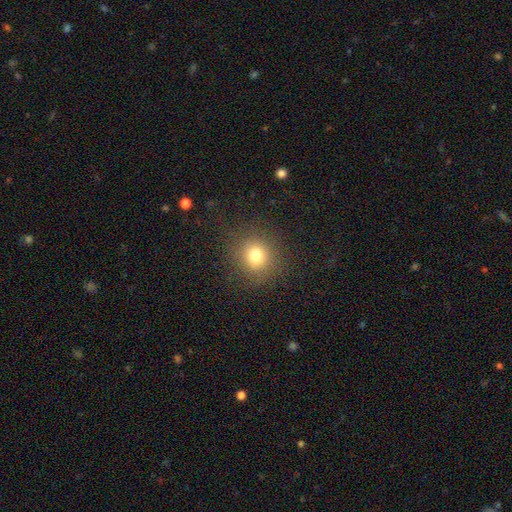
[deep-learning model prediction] This appears to be a smooth galaxy with no disk features (77%) that is round (84%). Merging: none (85%).